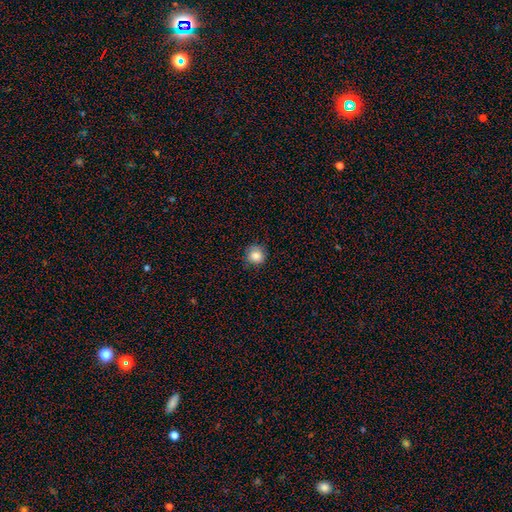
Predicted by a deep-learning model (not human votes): Smooth or featured?
  - smooth: 84% *
  - star or artifact: 10%
  - featured or disk: 6%
How rounded?
  - round: 90% *
  - in between: 9%
  - cigar-shaped: 1%
Merging?
  - none: 80% *
  - minor disturbance: 15%
  - major disturbance: 3%
  - merger: 1%